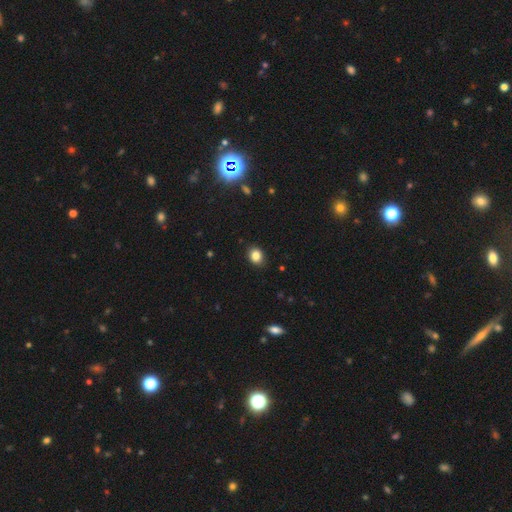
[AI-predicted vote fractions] Smooth or featured: smooth — 85% (star or artifact — 10%)
How rounded: round — 52% (in between — 48%)
Merging: none — 88% (minor disturbance — 9%)